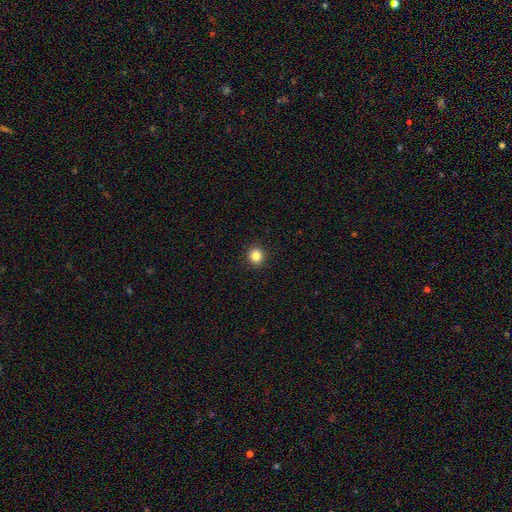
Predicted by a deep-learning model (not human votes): smooth 84%, star or artifact 11%, featured or disk 5%. Down the decision tree: how rounded — round (89%); merging — none (93%).